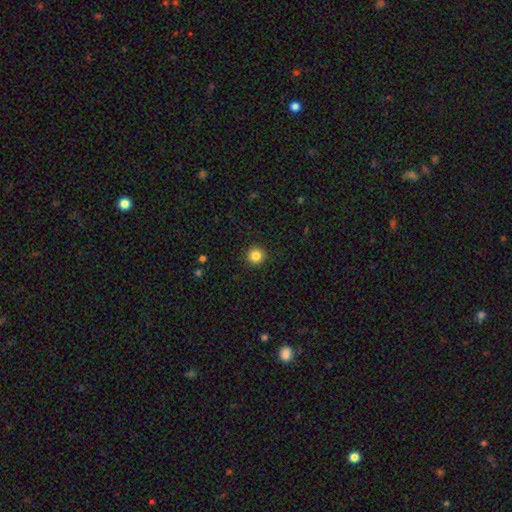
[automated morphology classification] Smooth or featured? Predicted: smooth (p=0.84). How rounded? Predicted: round (p=0.96). Merging? Predicted: none (p=0.93).